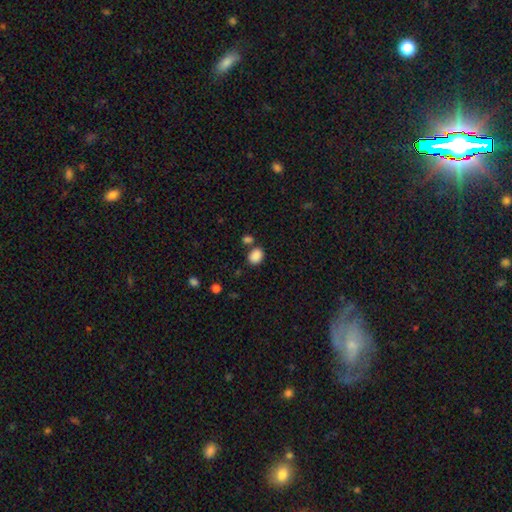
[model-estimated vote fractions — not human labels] Smooth or featured: smooth — 87% (star or artifact — 9%)
How rounded: in between — 63% (round — 36%)
Merging: none — 68% (merger — 16%)